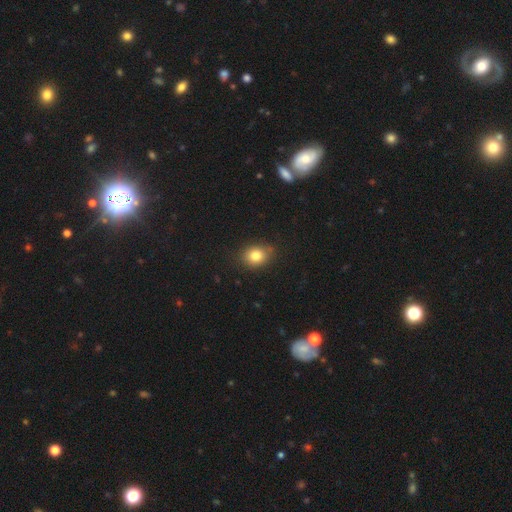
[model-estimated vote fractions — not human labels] This appears to be a smooth galaxy with no disk features (82%) that is round (50%). Merging: none (82%).